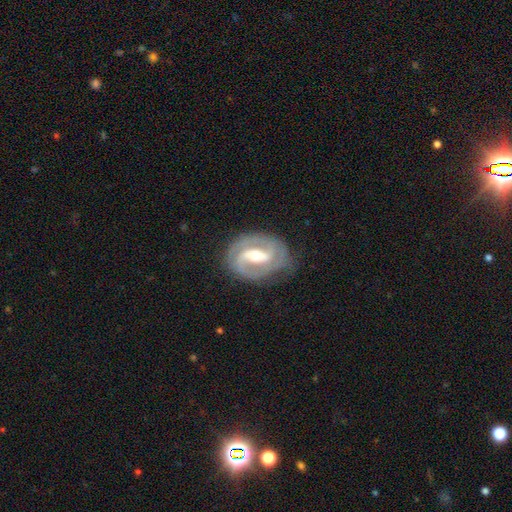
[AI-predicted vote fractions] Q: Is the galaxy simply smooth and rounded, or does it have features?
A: featured or disk — 88%.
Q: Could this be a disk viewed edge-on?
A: no — 96%.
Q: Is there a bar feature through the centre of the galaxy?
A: strong — 52%.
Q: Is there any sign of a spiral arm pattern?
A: yes — 94%.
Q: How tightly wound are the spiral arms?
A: tight — 51%.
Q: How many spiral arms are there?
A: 2 — 84%.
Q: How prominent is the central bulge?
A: moderate — 59%.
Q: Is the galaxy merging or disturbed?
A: none — 77%.